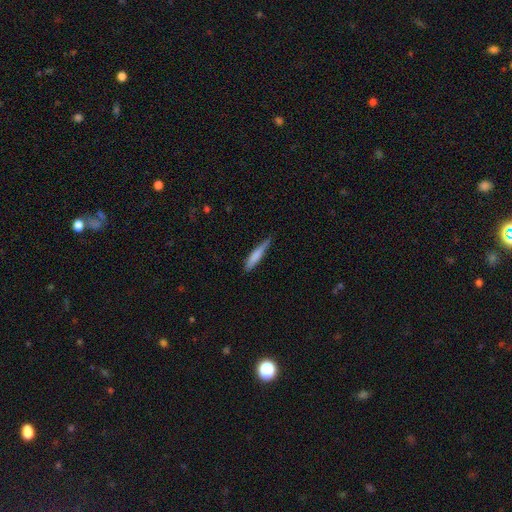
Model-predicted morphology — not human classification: This is likely a smooth galaxy (74%). How rounded: clearly cigar-shaped (90%). Merging: likely none (70%).